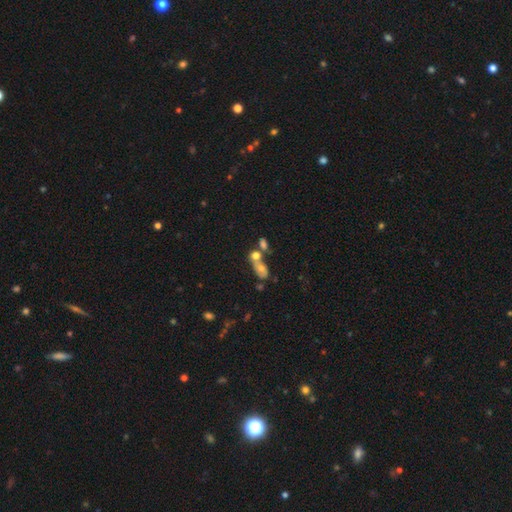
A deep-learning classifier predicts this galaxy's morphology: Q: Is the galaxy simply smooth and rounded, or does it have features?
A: smooth — 63%.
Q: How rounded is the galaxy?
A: in between — 60%.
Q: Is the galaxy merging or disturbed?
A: merger — 59%.